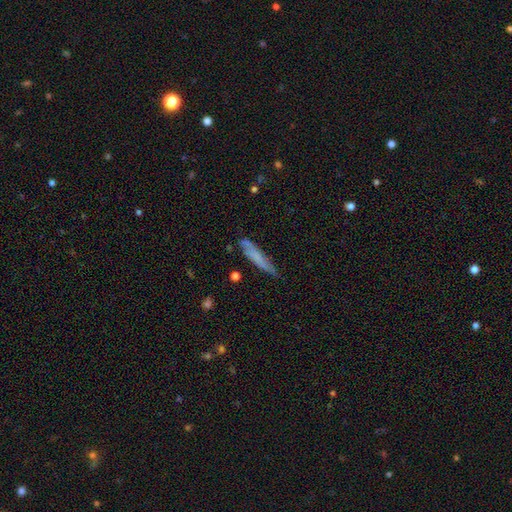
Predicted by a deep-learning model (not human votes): A smooth galaxy with no disk features (57%) that is cigar-shaped (88%).

Vote fractions:
- Smooth or featured? smooth: 57% / featured or disk: 35% / star or artifact: 8%
- How rounded? cigar-shaped: 88% / in between: 10% / round: 2%
- Merging? none: 64% / minor disturbance: 25% / major disturbance: 7% / merger: 3%